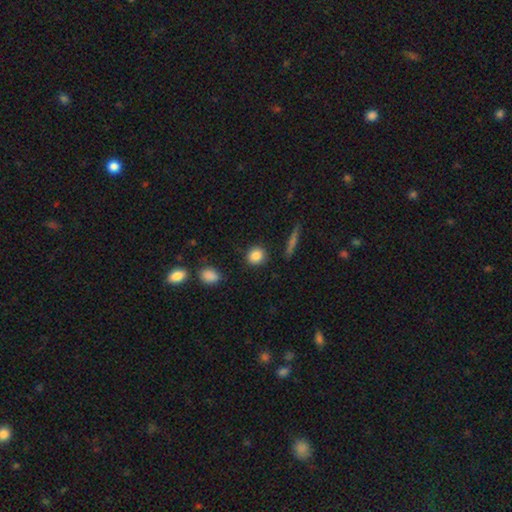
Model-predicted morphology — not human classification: Smooth or featured?
  - smooth: 86% *
  - star or artifact: 9%
  - featured or disk: 6%
How rounded?
  - round: 83% *
  - in between: 16%
  - cigar-shaped: 2%
Merging?
  - none: 88% *
  - minor disturbance: 8%
  - major disturbance: 2%
  - merger: 2%